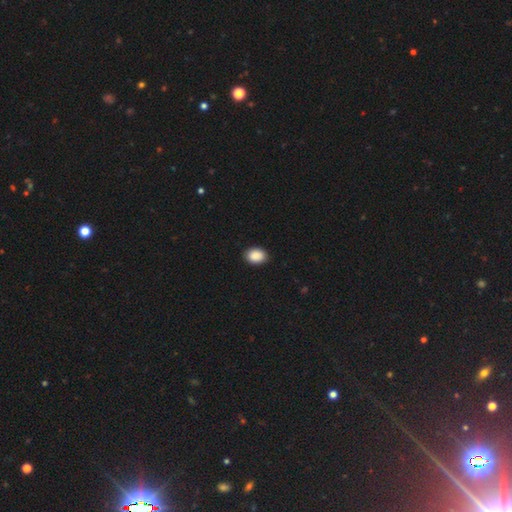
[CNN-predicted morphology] Smooth or featured? smooth (90%)
How rounded? in between (75%)
Merging? none (90%)